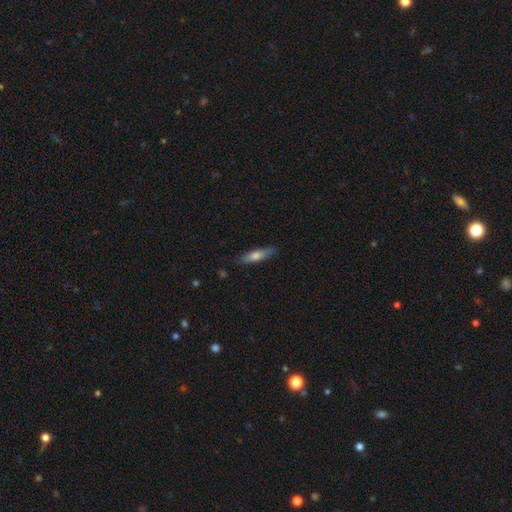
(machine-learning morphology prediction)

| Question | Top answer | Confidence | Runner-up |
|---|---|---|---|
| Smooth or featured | smooth | 63% | featured or disk (31%) |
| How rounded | cigar-shaped | 76% | in between (22%) |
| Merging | none | 84% | minor disturbance (13%) |